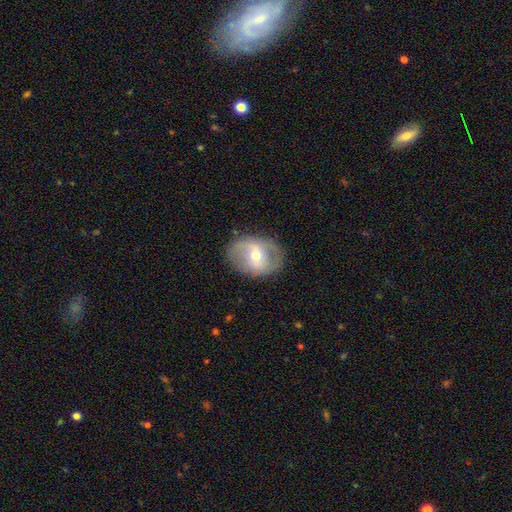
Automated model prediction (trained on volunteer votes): A featured or disk galaxy (60%) with a weak bar (44%), spiral arms (61%) and a moderate central bulge (57%).

Vote fractions:
- Smooth or featured? featured or disk: 60% / smooth: 33% / star or artifact: 7%
- Edge-on disk? no: 94% / yes: 6%
- Bar? weak: 44% / no: 30% / strong: 26%
- Spiral arms? yes: 61% / no: 39%
- Bulge size? moderate: 57% / small: 38% / large: 3% / none: 1% / dominant: 1%
- Merging? none: 81% / minor disturbance: 13% / major disturbance: 5% / merger: 1%